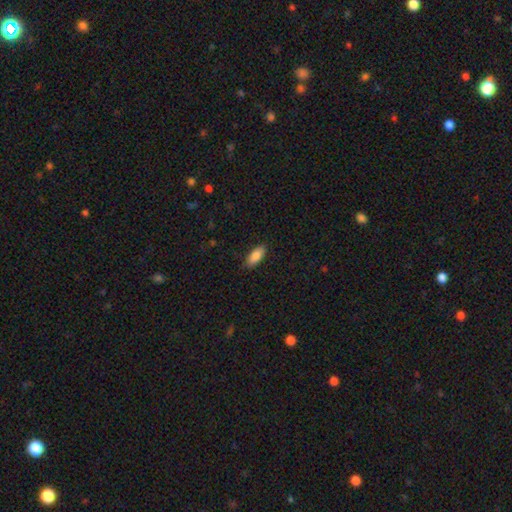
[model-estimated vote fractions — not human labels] Smooth or featured: smooth — 87% (featured or disk — 7%)
How rounded: in between — 84% (cigar-shaped — 14%)
Merging: none — 87% (minor disturbance — 10%)